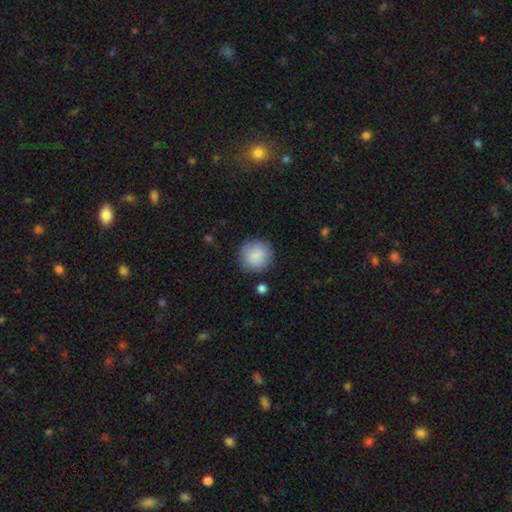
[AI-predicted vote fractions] Smooth or featured? Predicted: smooth (p=0.86). How rounded? Predicted: round (p=0.94). Merging? Predicted: none (p=0.85).